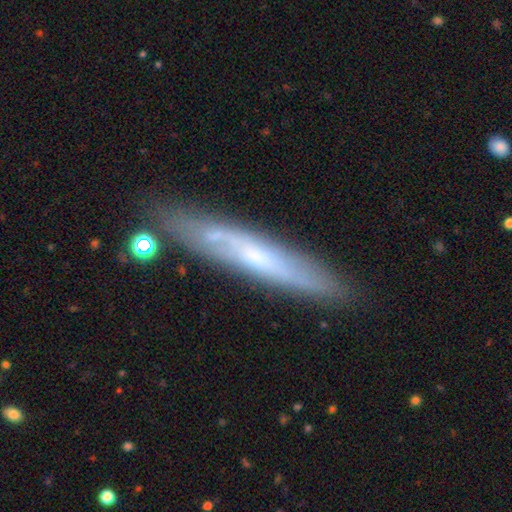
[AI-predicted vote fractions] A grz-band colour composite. It shows a featured or disk galaxy (62%) viewed edge-on (69%). Merging: none (80%).